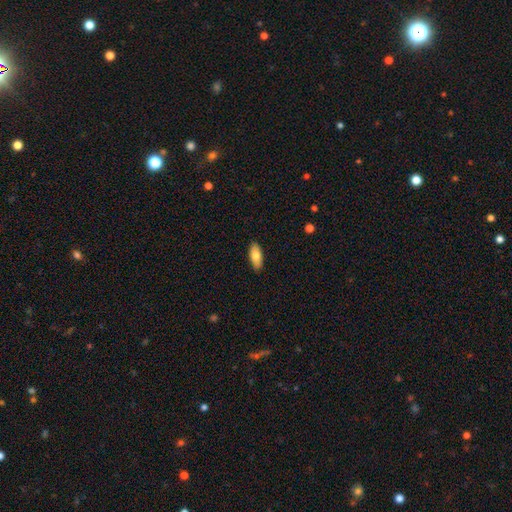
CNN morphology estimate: Smooth or featured? smooth (77%)
How rounded? in between (82%)
Merging? none (88%)